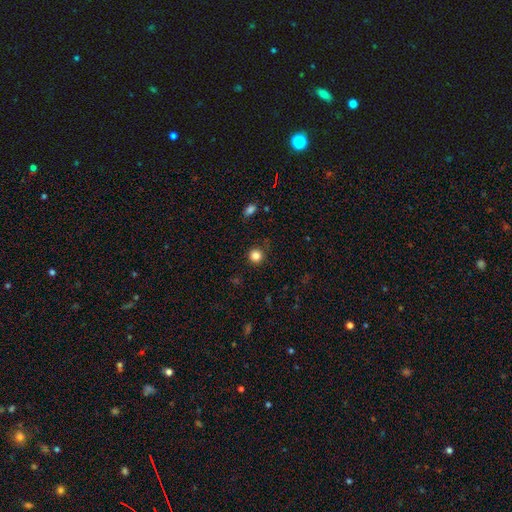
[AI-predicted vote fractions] This appears to be a smooth galaxy with no disk features (84%) that is round (93%). Merging: none (85%).